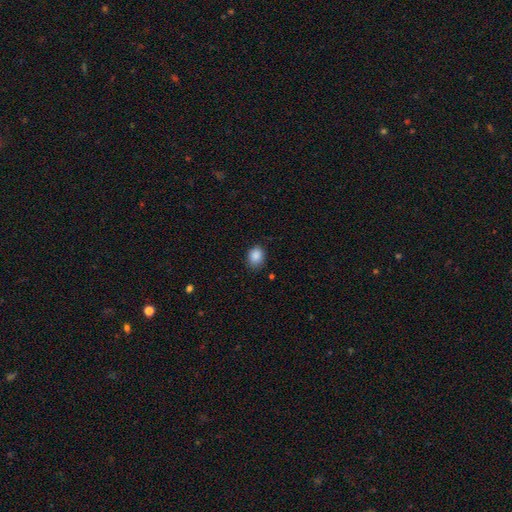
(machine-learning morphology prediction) The model was most divided on "how rounded": in between: 52%, round: 47%, cigar-shaped: 1%. More confident: smooth or featured — smooth (88%); merging — none (79%).